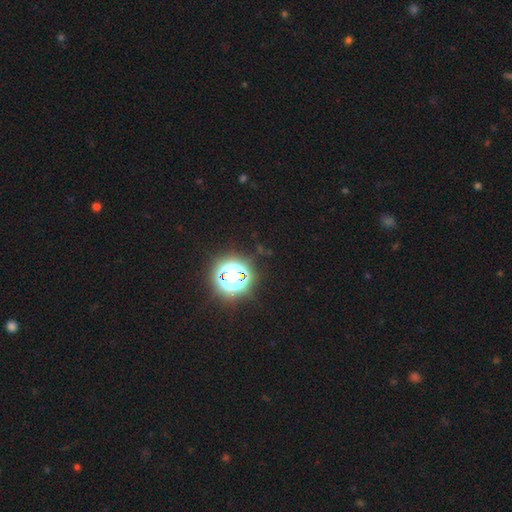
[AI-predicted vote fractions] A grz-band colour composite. It shows a star or artifact, not a galaxy (81%).